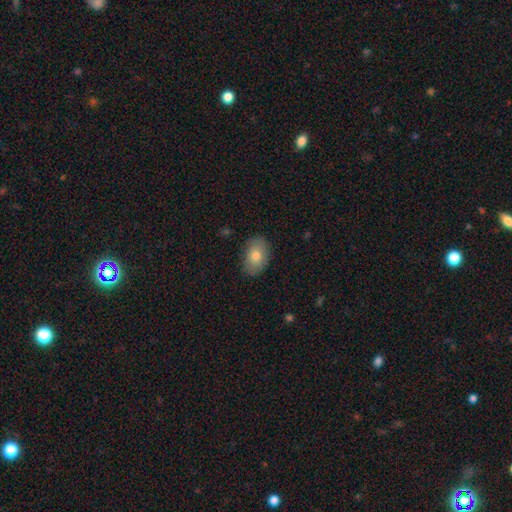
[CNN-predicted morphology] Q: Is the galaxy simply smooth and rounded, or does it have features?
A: smooth — 79%.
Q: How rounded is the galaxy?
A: in between — 85%.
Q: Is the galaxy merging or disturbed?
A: none — 85%.